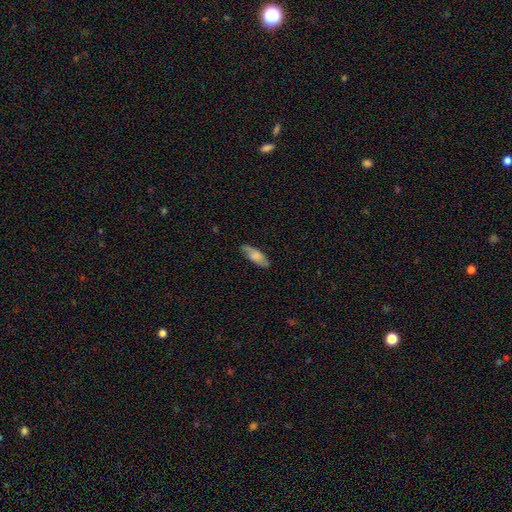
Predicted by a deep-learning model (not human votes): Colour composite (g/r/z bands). It shows a smooth galaxy with no disk features (72%) that is in between round and cigar-shaped (67%). Merging: none (80%).